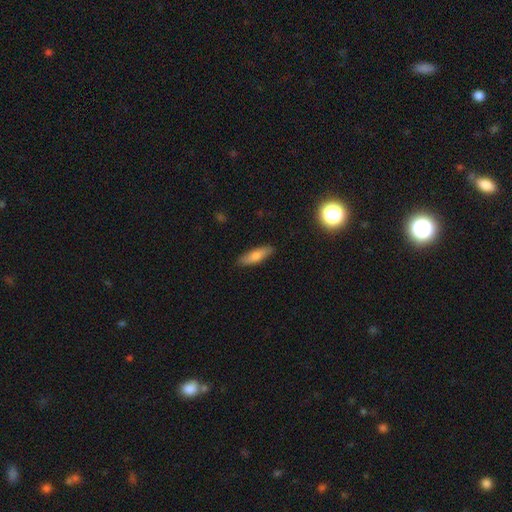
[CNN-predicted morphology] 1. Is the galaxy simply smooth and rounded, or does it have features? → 70% smooth, 22% featured or disk, 8% star or artifact.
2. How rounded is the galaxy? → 57% cigar-shaped, 41% in between, 3% round.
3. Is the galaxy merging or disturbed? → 87% none, 10% minor disturbance, 2% major disturbance, 1% merger.